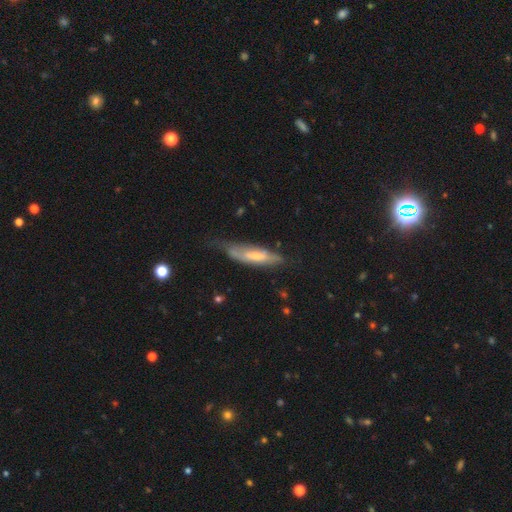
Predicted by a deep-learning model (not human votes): This appears to be a featured or disk galaxy (47%). Merging: none (46%).